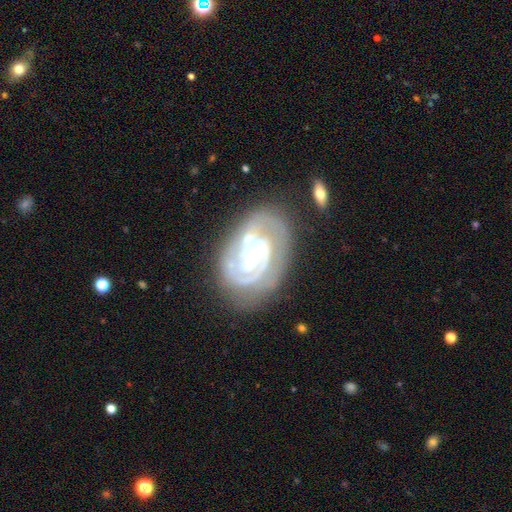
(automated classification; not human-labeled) smooth_or_featured: featured or disk (p=0.85) [alt: smooth p=0.09]
disk_edge_on: no (p=0.97) [alt: yes p=0.03]
bar: weak (p=0.39) [alt: no p=0.35]
has_spiral_arms: yes (p=0.91) [alt: no p=0.09]
spiral_winding: tight (p=0.59) [alt: medium p=0.33]
spiral_arm_count: 2 (p=0.49) [alt: can't tell p=0.18]
bulge_size: small (p=0.55) [alt: moderate p=0.36]
merging: none (p=0.62) [alt: minor disturbance p=0.20]